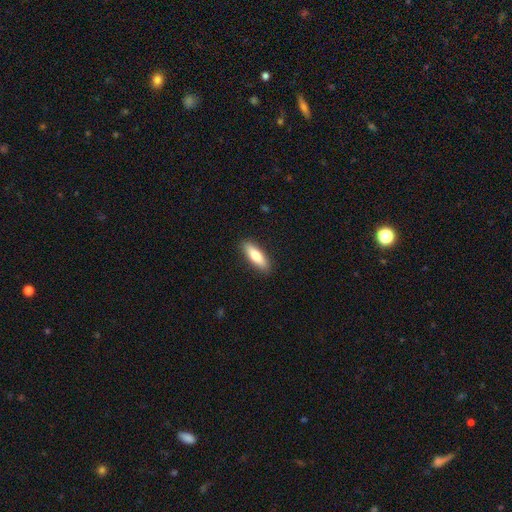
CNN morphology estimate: This is likely a smooth galaxy (76%). How rounded: possibly in between (50%). Merging: clearly none (89%).